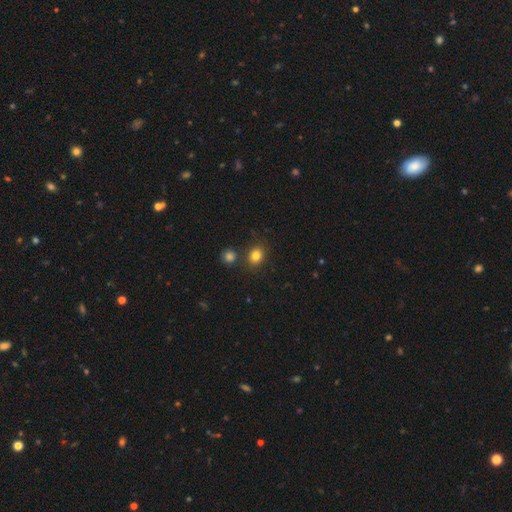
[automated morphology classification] This appears to be a smooth galaxy with no disk features (82%) that is round (62%). Merging: none (77%).